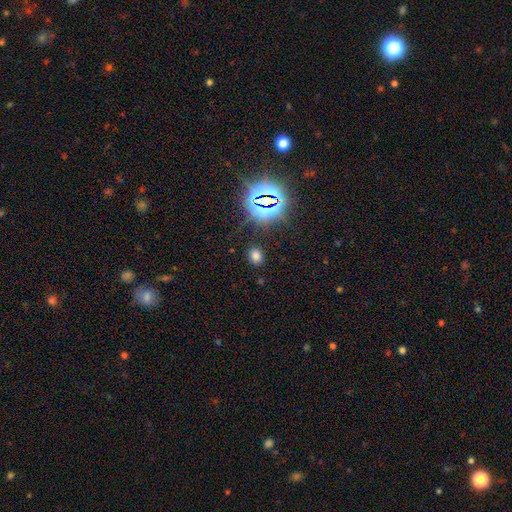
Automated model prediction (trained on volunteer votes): This appears to be a smooth galaxy with no disk features (67%) that is in between round and cigar-shaped (53%). Merging: none (86%).